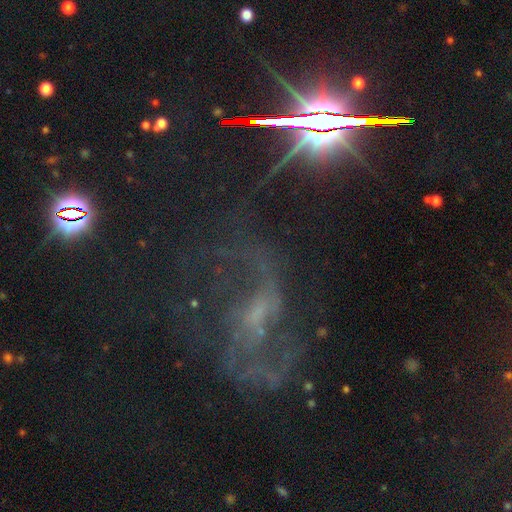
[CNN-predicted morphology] Smooth or featured?
  - featured or disk: 58% *
  - star or artifact: 31%
  - smooth: 11%
Edge-on disk?
  - no: 90% *
  - yes: 10%
Bar?
  - no: 43% *
  - weak: 34%
  - strong: 23%
Spiral arms?
  - yes: 72% *
  - no: 28%
Bulge size?
  - small: 40% *
  - none: 29%
  - moderate: 24%
  - large: 4%
  - dominant: 2%
Merging?
  - none: 46% *
  - major disturbance: 31%
  - minor disturbance: 17%
  - merger: 6%